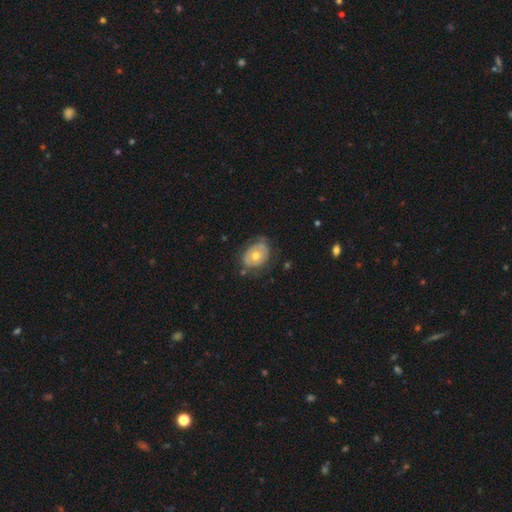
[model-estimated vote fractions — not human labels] A smooth galaxy with no disk features (47%).

Vote fractions:
- Smooth or featured? smooth: 47% / featured or disk: 46% / star or artifact: 7%
- Merging? none: 62% / minor disturbance: 27% / major disturbance: 9% / merger: 2%